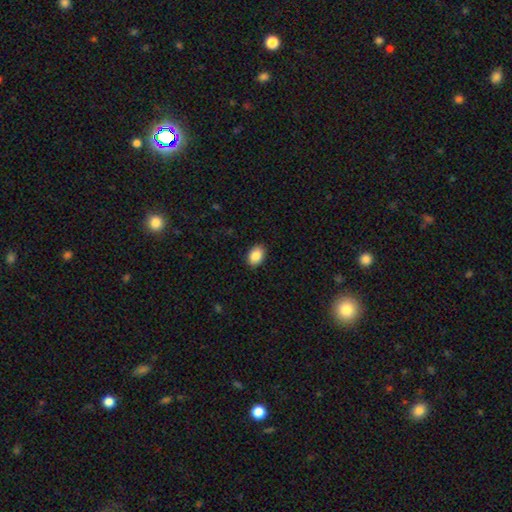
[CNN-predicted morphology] A smooth galaxy with no disk features (88%) that is in between round and cigar-shaped (82%).

Vote fractions:
- Smooth or featured? smooth: 88% / star or artifact: 8% / featured or disk: 5%
- How rounded? in between: 82% / round: 17% / cigar-shaped: 1%
- Merging? none: 90% / minor disturbance: 7% / major disturbance: 2% / merger: 1%